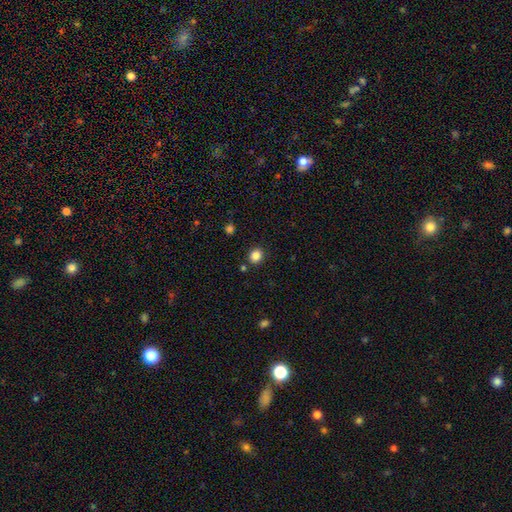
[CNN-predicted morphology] smooth 84%, star or artifact 12%, featured or disk 4%. Down the decision tree: how rounded — round (78%); merging — none (87%).